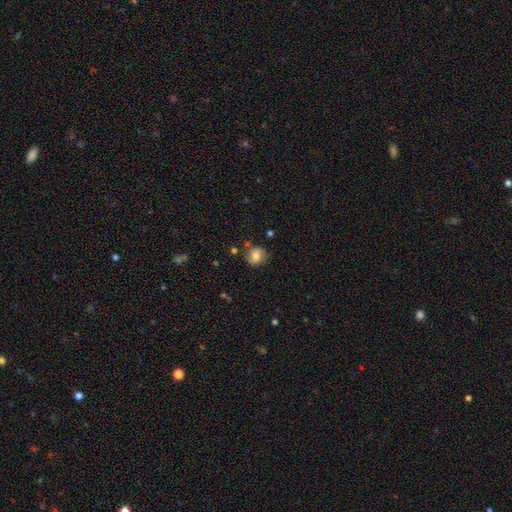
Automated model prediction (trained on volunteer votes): Overall: smooth (58%; featured or disk 31%). How rounded: round (76%). Merging: none (71%).